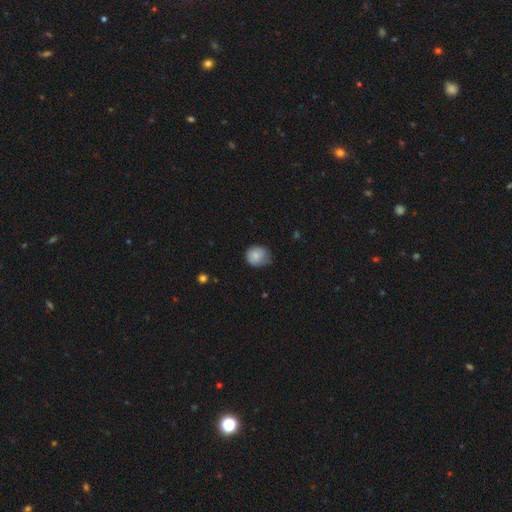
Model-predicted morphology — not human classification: Q: Smooth or featured?
A: smooth (82%); runner-up: featured or disk (10%)
Q: How rounded?
A: round (71%); runner-up: in between (28%)
Q: Merging?
A: none (53%); runner-up: minor disturbance (38%)